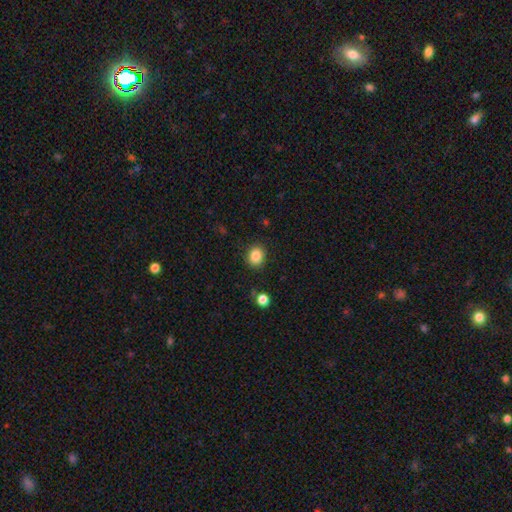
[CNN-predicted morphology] smooth_or_featured: smooth (p=0.86) [alt: star or artifact p=0.10]
how_rounded: round (p=0.68) [alt: in between p=0.32]
merging: none (p=0.87) [alt: minor disturbance p=0.08]